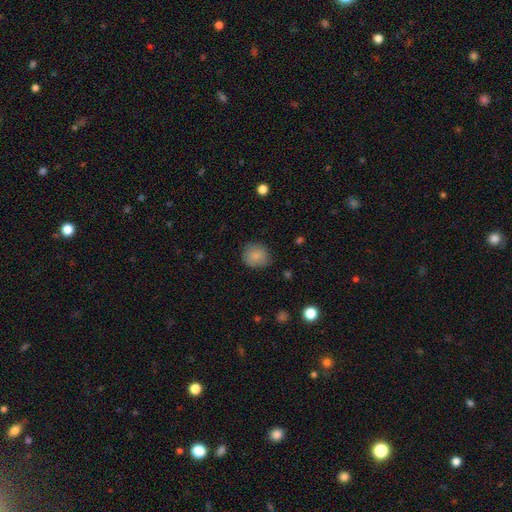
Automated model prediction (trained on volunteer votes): Q: Smooth or featured?
A: smooth (84%); runner-up: star or artifact (8%)
Q: How rounded?
A: round (79%); runner-up: in between (20%)
Q: Merging?
A: none (79%); runner-up: minor disturbance (17%)